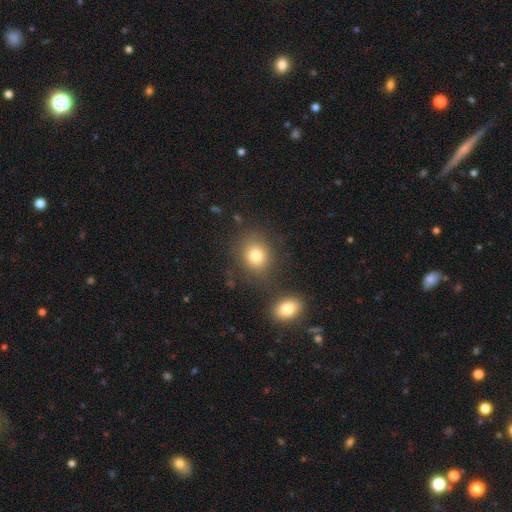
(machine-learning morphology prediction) Smooth or featured: smooth — 79% (star or artifact — 12%)
How rounded: round — 66% (in between — 34%)
Merging: none — 74% (minor disturbance — 11%)